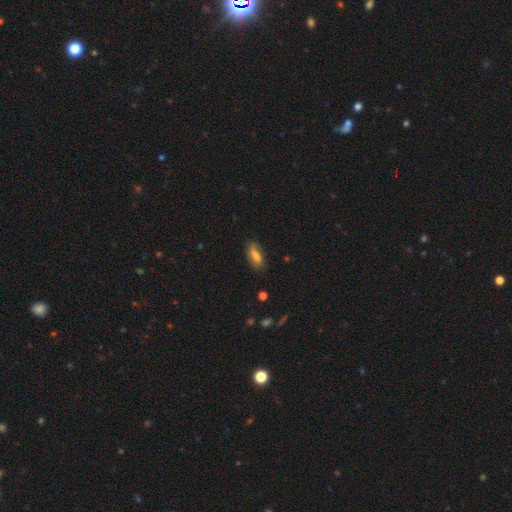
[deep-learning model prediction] Morphology: type=smooth (62%); roundness=in between (80%); merging=none (79%).